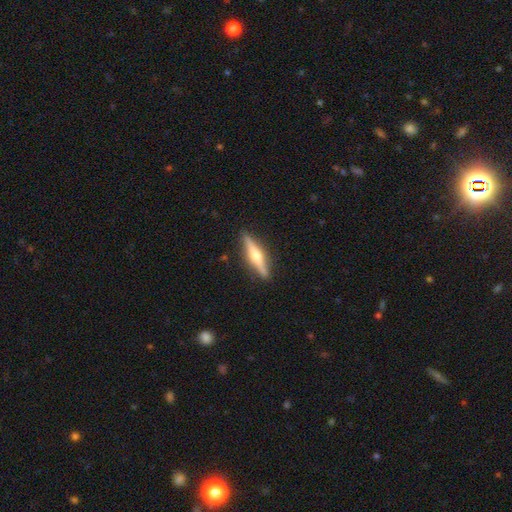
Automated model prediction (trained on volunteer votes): Overall: featured or disk (69%). Edge-on disk: yes (97%). Edge-on bulge: rounded (91%). Merging: none (90%).